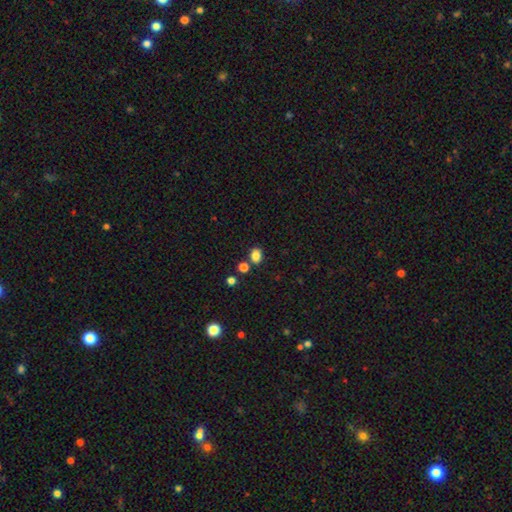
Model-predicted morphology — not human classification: A smooth galaxy with no disk features (84%) that is in between round and cigar-shaped (69%).

Vote fractions:
- Smooth or featured? smooth: 84% / star or artifact: 12% / featured or disk: 4%
- How rounded? in between: 69% / round: 29% / cigar-shaped: 1%
- Merging? none: 74% / minor disturbance: 11% / merger: 11% / major disturbance: 3%